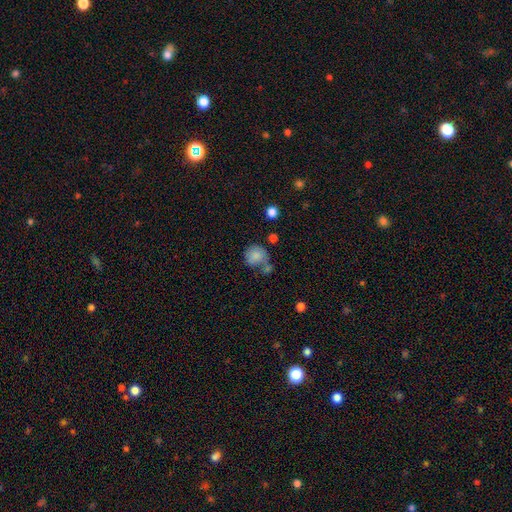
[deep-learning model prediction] A smooth galaxy with no disk features (81%) that is round (82%).

Vote fractions:
- Smooth or featured? smooth: 81% / featured or disk: 10% / star or artifact: 9%
- How rounded? round: 82% / in between: 17% / cigar-shaped: 1%
- Merging? none: 47% / merger: 26% / minor disturbance: 19% / major disturbance: 9%